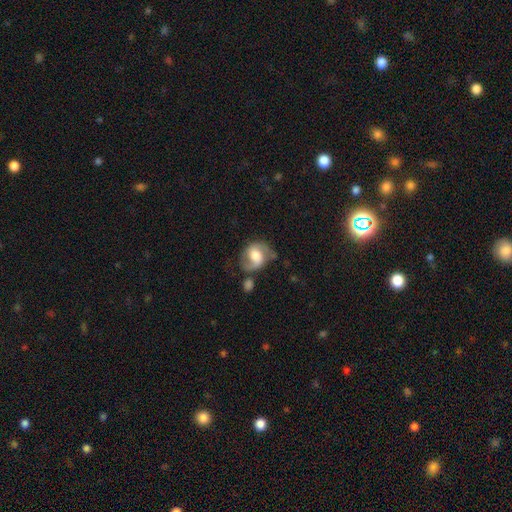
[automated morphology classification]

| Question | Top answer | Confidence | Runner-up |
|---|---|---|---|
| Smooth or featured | featured or disk | 65% | smooth (28%) |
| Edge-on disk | no | 97% | yes (3%) |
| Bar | weak | 44% | no (39%) |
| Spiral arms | yes | 87% | no (13%) |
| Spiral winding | medium | 49% | loose (31%) |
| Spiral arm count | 2 | 86% | can't tell (6%) |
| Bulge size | moderate | 46% | large (36%) |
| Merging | none | 53% | minor disturbance (25%) |